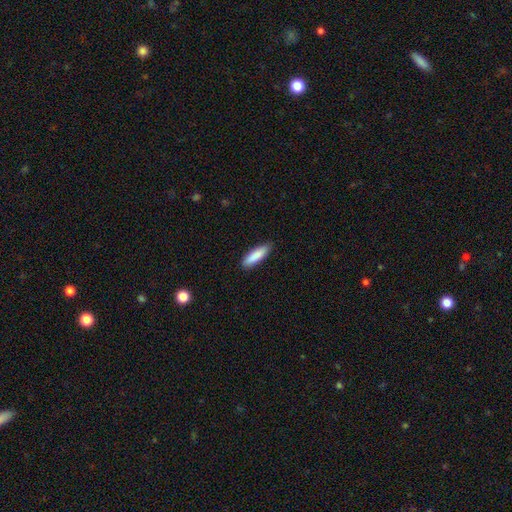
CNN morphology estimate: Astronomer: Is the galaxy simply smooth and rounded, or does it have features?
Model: smooth — 87%.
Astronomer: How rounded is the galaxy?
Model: cigar-shaped — 60% (runner-up: in between, 38%).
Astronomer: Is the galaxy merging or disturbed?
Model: none — 85%.